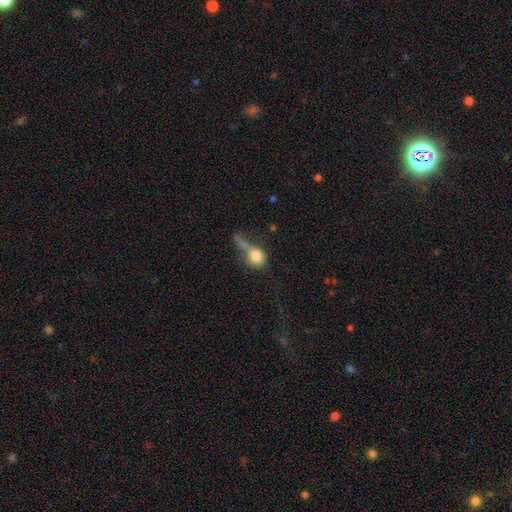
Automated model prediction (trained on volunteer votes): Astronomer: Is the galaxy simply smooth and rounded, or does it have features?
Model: smooth — 72%.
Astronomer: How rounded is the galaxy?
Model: round — 53% (runner-up: in between, 41%).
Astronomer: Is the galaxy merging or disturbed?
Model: major disturbance — 35% (runner-up: none, 26%).